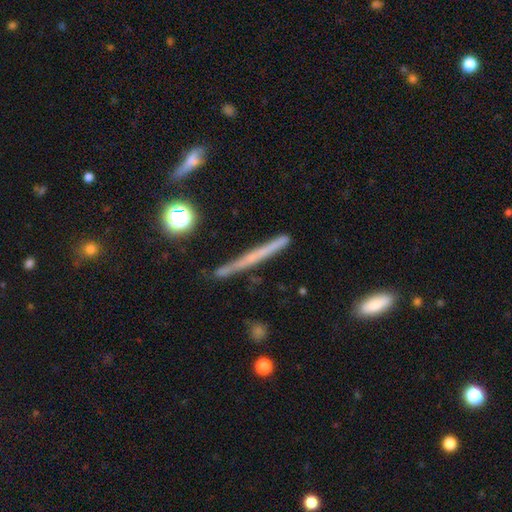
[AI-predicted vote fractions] smooth_or_featured: featured or disk (p=0.51) [alt: smooth p=0.39]
disk_edge_on: yes (p=0.96) [alt: no p=0.04]
merging: none (p=0.85) [alt: minor disturbance p=0.10]